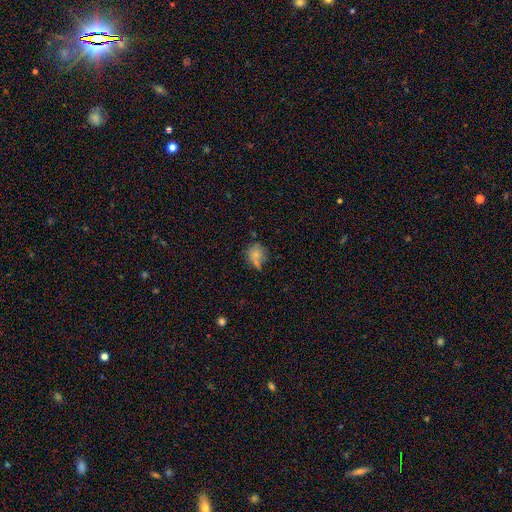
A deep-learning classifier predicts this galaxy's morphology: smooth 71%, featured or disk 15%, star or artifact 14%. Down the decision tree: how rounded — round (69%); merging — none (51%).